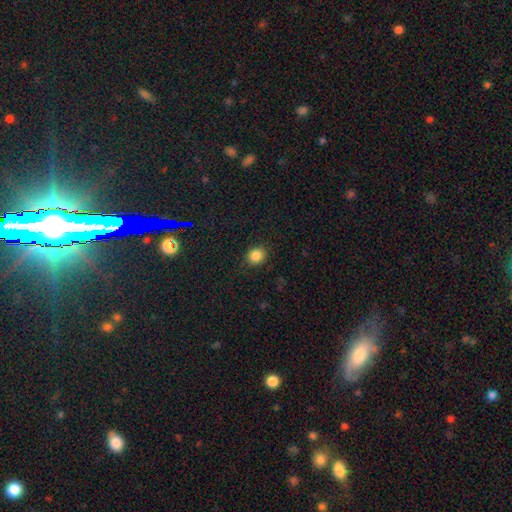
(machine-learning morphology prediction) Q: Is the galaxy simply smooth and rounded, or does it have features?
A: smooth — 85%.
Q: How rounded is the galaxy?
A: round — 80%.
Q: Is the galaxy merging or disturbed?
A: none — 88%.